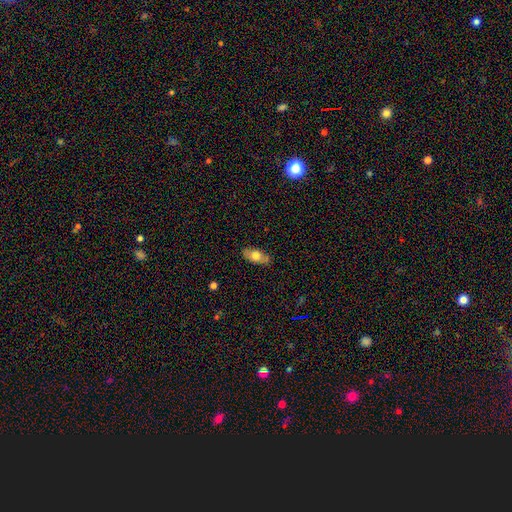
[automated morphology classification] smooth 67%, featured or disk 26%, star or artifact 7%. Down the decision tree: how rounded — in between (84%); merging — none (84%).